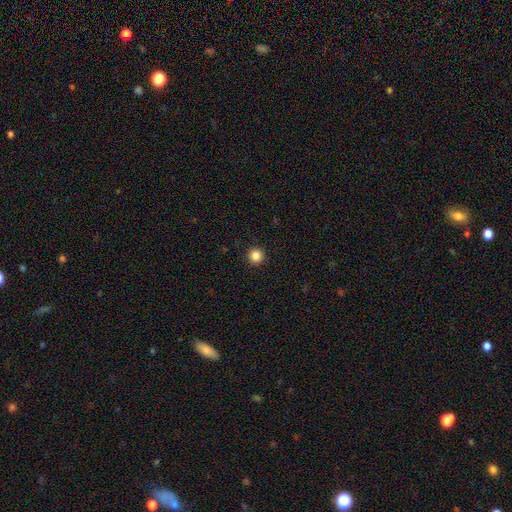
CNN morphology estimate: Smooth or featured?
  - smooth: 85% *
  - star or artifact: 11%
  - featured or disk: 3%
How rounded?
  - round: 96% *
  - in between: 3%
  - cigar-shaped: 1%
Merging?
  - none: 93% *
  - minor disturbance: 4%
  - major disturbance: 2%
  - merger: 1%